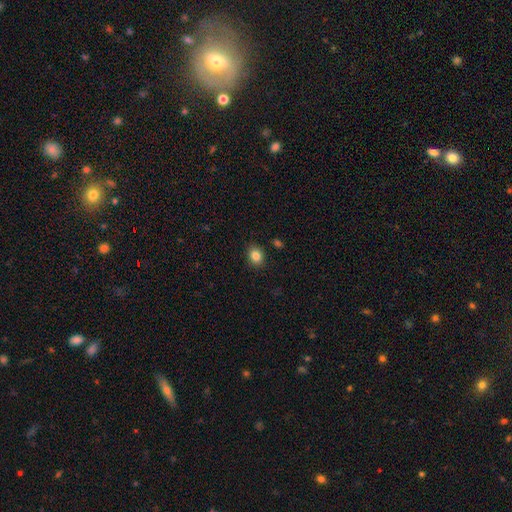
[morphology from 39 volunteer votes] Overall: smooth (82%). How rounded: round (62%; in between 38%). Merging: none (97%).